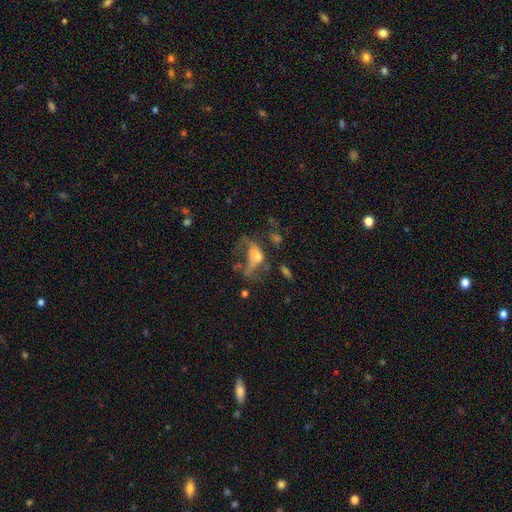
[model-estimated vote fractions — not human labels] Smooth or featured?
  - featured or disk: 48% *
  - smooth: 35%
  - star or artifact: 17%
Merging?
  - major disturbance: 53% *
  - none: 22%
  - minor disturbance: 14%
  - merger: 12%